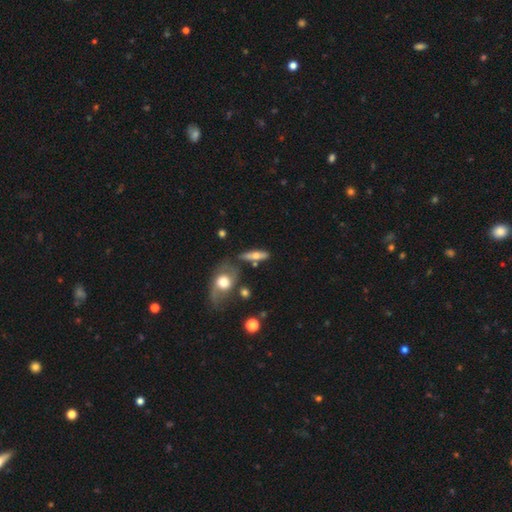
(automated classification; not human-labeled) Overall: smooth (49%; featured or disk 43%). Merging: none (65%).